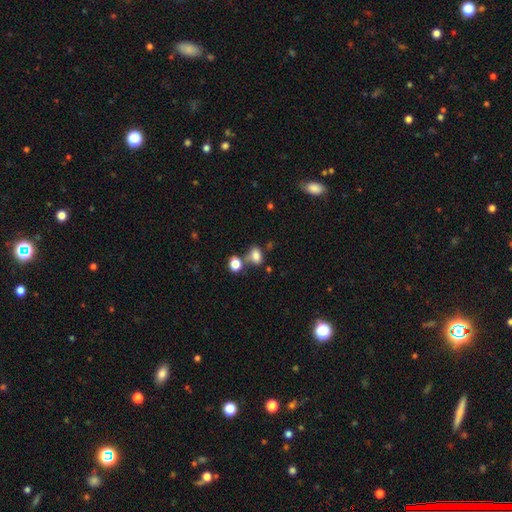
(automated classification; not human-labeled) This appears to be a smooth galaxy with no disk features (78%) that is in between round and cigar-shaped (74%). Merging: none (49%).